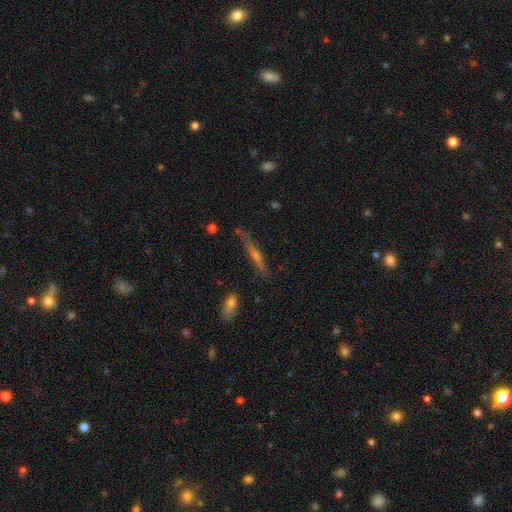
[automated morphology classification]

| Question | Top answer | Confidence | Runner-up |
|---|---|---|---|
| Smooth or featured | featured or disk | 58% | smooth (33%) |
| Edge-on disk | yes | 93% | no (7%) |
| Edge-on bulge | rounded | 64% | none (28%) |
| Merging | none | 78% | minor disturbance (15%) |